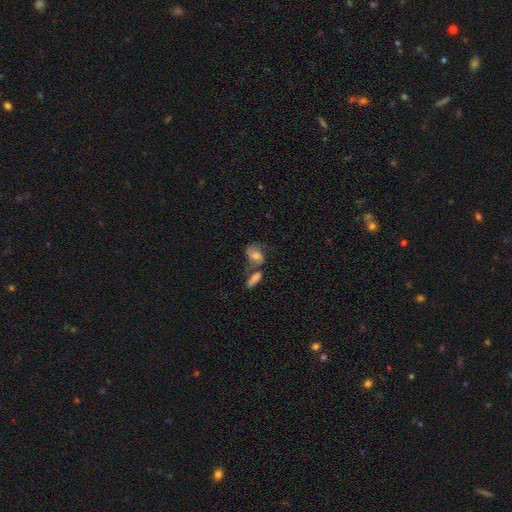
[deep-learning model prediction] smooth_or_featured: featured or disk (p=0.47) [alt: smooth p=0.43]
merging: merger (p=0.36) [alt: none p=0.34]